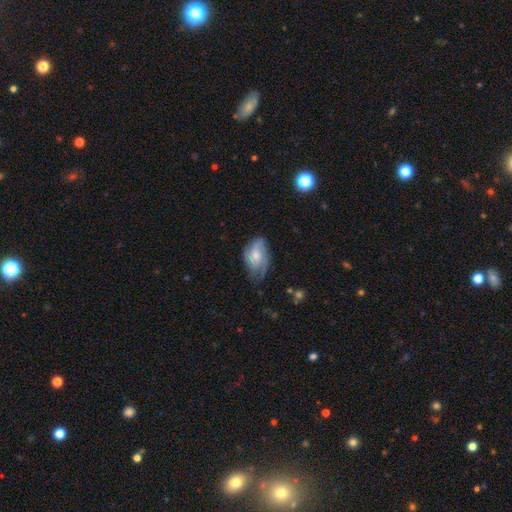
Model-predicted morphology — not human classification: Q: Smooth or featured?
A: featured or disk (51%); runner-up: smooth (42%)
Q: Edge-on disk?
A: no (95%); runner-up: yes (5%)
Q: Merging?
A: none (54%); runner-up: minor disturbance (32%)